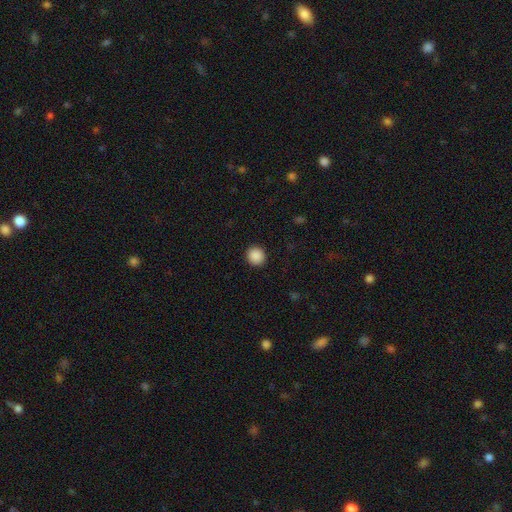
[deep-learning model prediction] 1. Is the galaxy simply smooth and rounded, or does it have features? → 89% smooth, 9% star or artifact, 2% featured or disk.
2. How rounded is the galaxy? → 92% round, 7% in between, 1% cigar-shaped.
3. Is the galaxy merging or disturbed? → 92% none, 5% minor disturbance, 2% major disturbance, 1% merger.